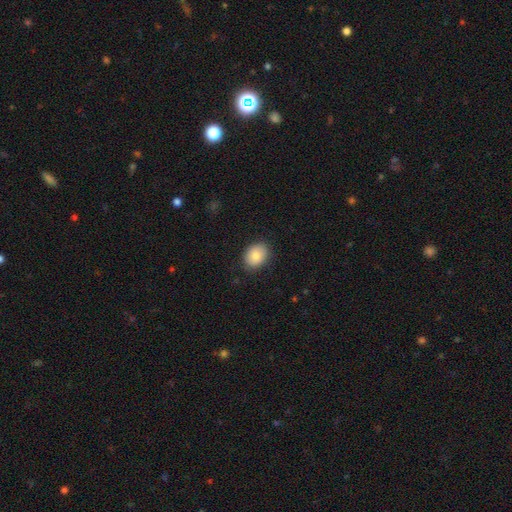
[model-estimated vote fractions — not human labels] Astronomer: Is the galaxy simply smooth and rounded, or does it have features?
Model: smooth — 84%.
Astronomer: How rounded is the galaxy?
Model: in between — 63%.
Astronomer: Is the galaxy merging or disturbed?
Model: none — 87%.